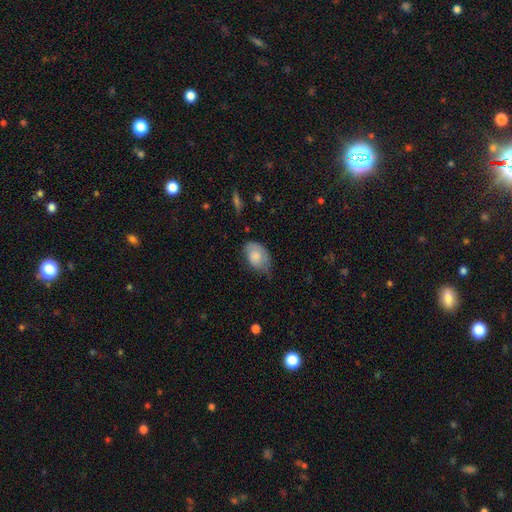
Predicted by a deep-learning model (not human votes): Q: Smooth or featured?
A: smooth (75%); runner-up: featured or disk (18%)
Q: How rounded?
A: in between (82%); runner-up: round (17%)
Q: Merging?
A: minor disturbance (44%); runner-up: none (39%)